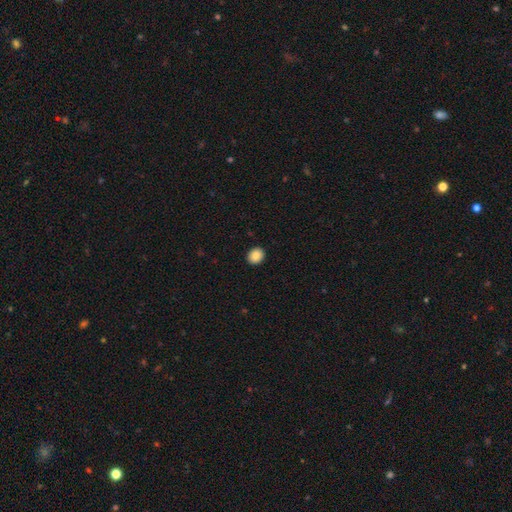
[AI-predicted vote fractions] smooth 88%, star or artifact 8%, featured or disk 4%. Down the decision tree: how rounded — round (66%); merging — none (91%).